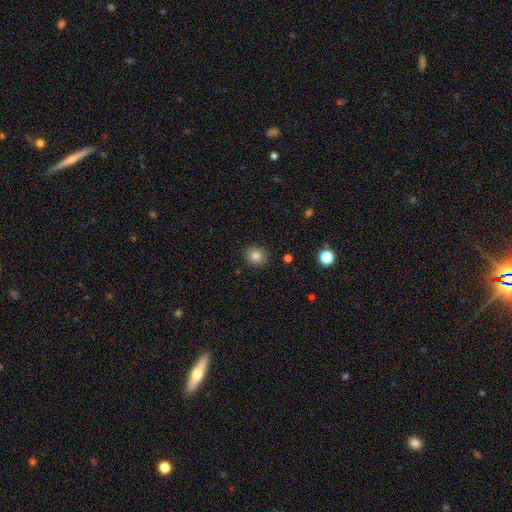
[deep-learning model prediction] Q: Smooth or featured?
A: smooth (84%); runner-up: star or artifact (11%)
Q: How rounded?
A: round (82%); runner-up: in between (17%)
Q: Merging?
A: none (90%); runner-up: minor disturbance (7%)